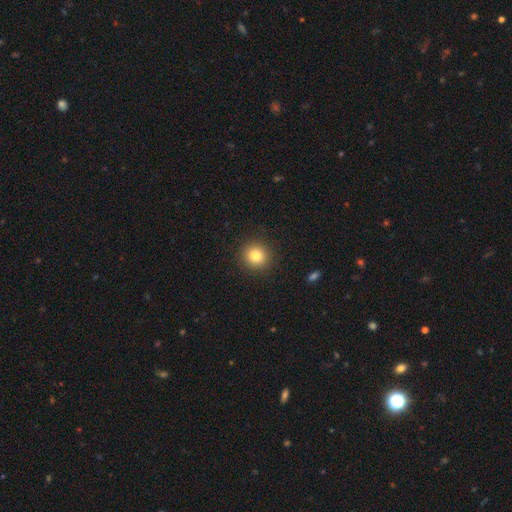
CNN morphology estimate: type=smooth (82%); roundness=round (92%); merging=none (91%).